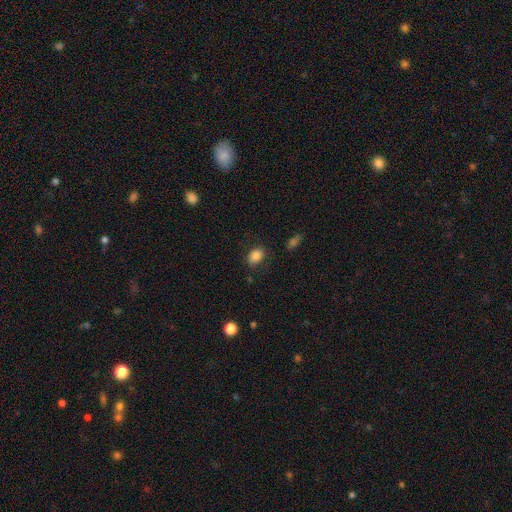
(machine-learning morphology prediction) Smooth or featured?
  - smooth: 84% *
  - star or artifact: 9%
  - featured or disk: 7%
How rounded?
  - in between: 78% *
  - round: 21%
  - cigar-shaped: 1%
Merging?
  - none: 78% *
  - minor disturbance: 15%
  - major disturbance: 5%
  - merger: 2%